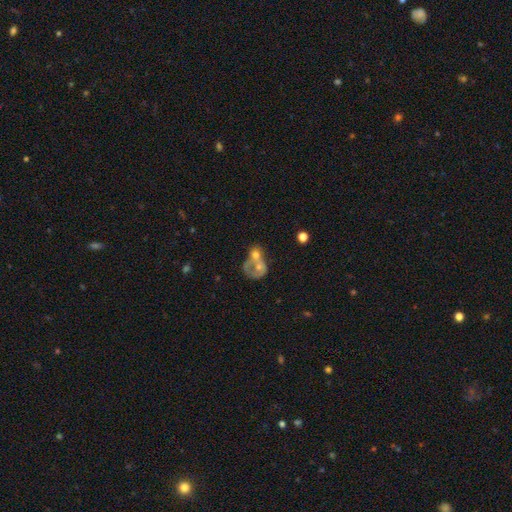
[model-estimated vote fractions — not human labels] smooth-or-featured: featured or disk: 46% | smooth: 43% | star or artifact: 10%
  merging: merger: 69% | none: 14% | major disturbance: 10% | minor disturbance: 7%